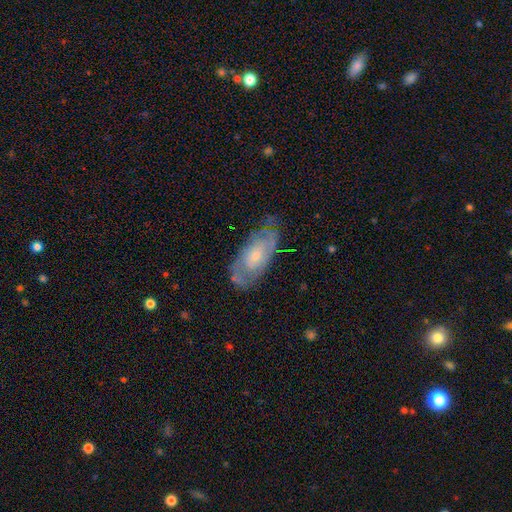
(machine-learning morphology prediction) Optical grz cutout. It shows a featured or disk galaxy (67%) with no bar (75%), spiral arms (79%) and a small central bulge (56%). Merging: none (66%).